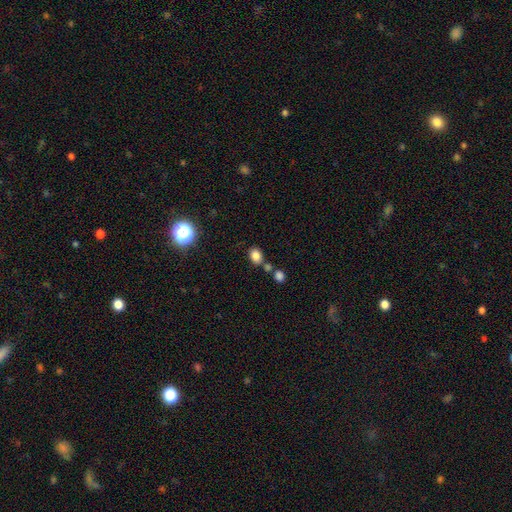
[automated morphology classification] Smooth or featured: smooth — 81% (star or artifact — 13%)
How rounded: in between — 63% (round — 36%)
Merging: none — 66% (merger — 17%)